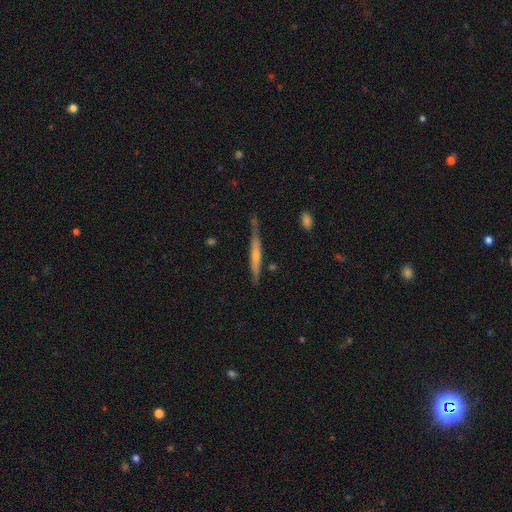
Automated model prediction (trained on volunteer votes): Overall: featured or disk (49%; smooth 45%). Merging: none (70%).